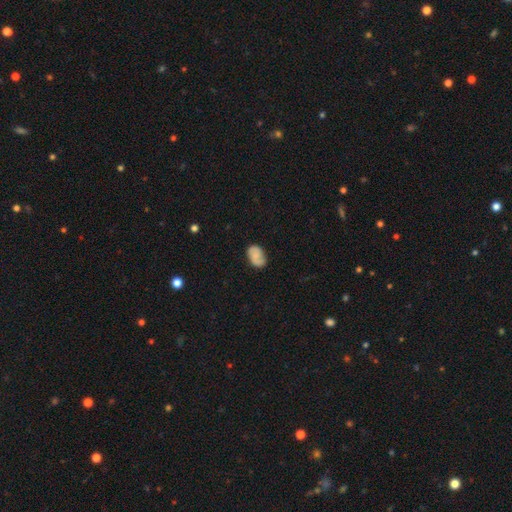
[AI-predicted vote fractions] A smooth galaxy with no disk features (63%) that is in between round and cigar-shaped (88%). Merging: none (73%).